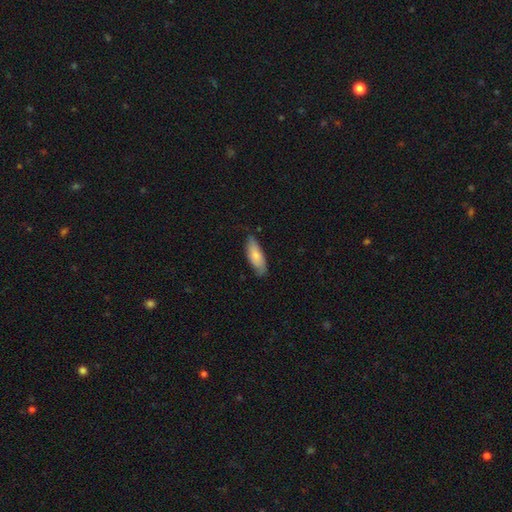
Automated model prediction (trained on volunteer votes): Overall: smooth (77%). How rounded: in between (70%). Merging: none (72%).